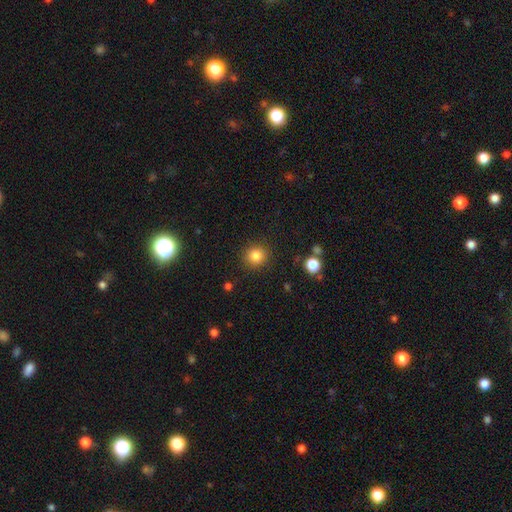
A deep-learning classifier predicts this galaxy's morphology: The model was most divided on "smooth or featured": smooth: 83%, star or artifact: 12%, featured or disk: 6%. More confident: merging — none (89%); how rounded — round (89%).